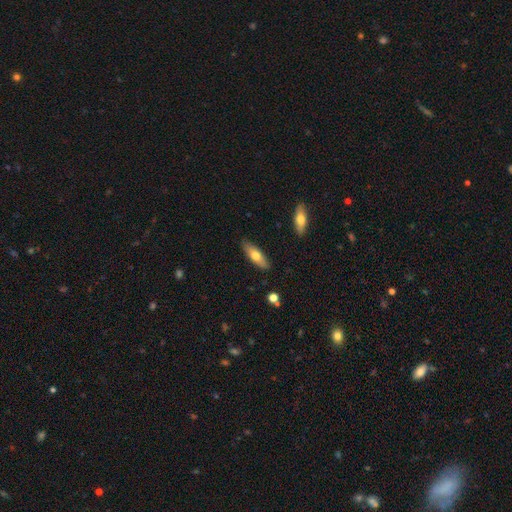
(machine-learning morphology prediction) Smooth or featured?
  - smooth: 63% *
  - featured or disk: 31%
  - star or artifact: 6%
How rounded?
  - in between: 51% *
  - cigar-shaped: 47%
  - round: 2%
Merging?
  - none: 87% *
  - minor disturbance: 10%
  - major disturbance: 2%
  - merger: 2%